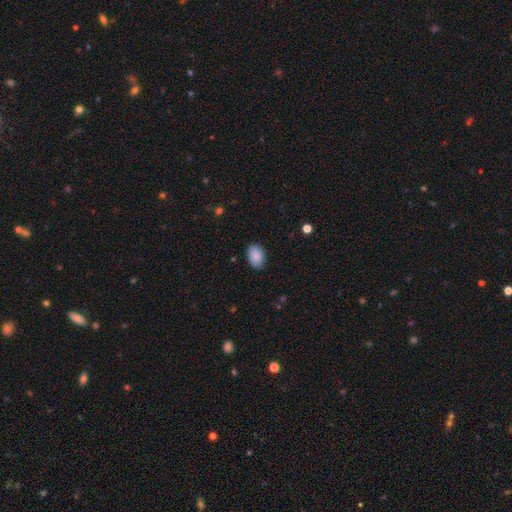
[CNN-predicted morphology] A smooth galaxy with no disk features (89%) that is in between round and cigar-shaped (86%). Merging: none (86%).